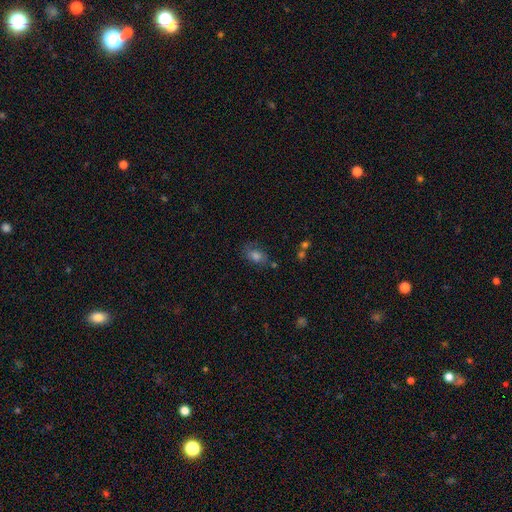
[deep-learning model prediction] Overall: smooth (59%; featured or disk 23%). How rounded: in between (77%). Merging: none (62%; minor disturbance 22%).